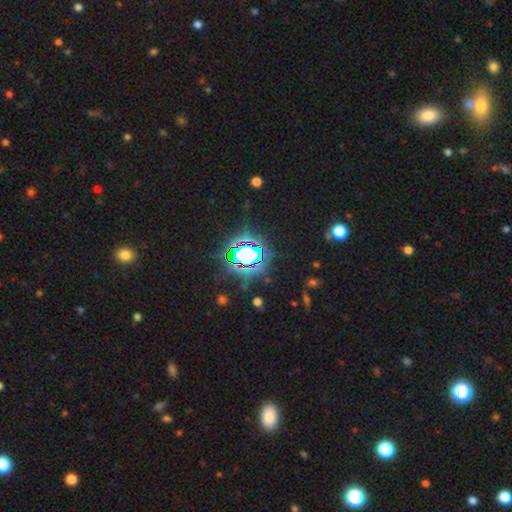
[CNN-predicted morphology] The model was most divided on "smooth or featured": star or artifact: 80%, smooth: 11%, featured or disk: 9%.